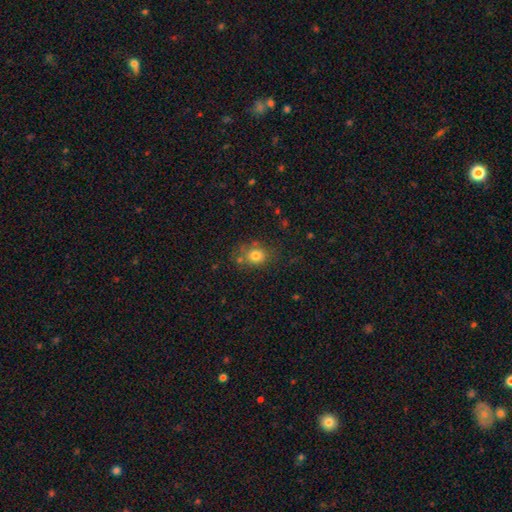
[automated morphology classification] Smooth or featured?
  - smooth: 78% *
  - star or artifact: 12%
  - featured or disk: 9%
How rounded?
  - round: 66% *
  - in between: 33%
  - cigar-shaped: 1%
Merging?
  - none: 68% *
  - minor disturbance: 18%
  - merger: 8%
  - major disturbance: 7%